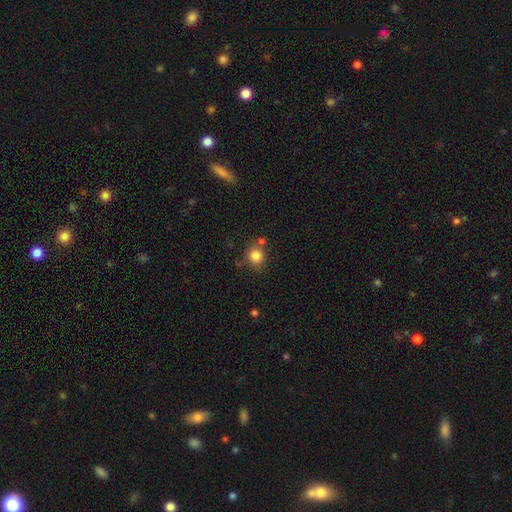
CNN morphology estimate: Smooth or featured? Predicted: smooth (p=0.83). How rounded? Predicted: round (p=0.84). Merging? Predicted: none (p=0.72).